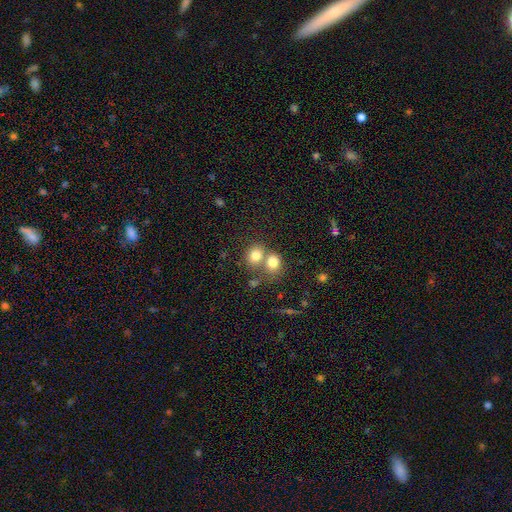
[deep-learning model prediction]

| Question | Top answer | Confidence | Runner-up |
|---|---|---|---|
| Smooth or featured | smooth | 78% | star or artifact (12%) |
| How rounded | round | 65% | in between (34%) |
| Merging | merger | 47% | none (42%) |